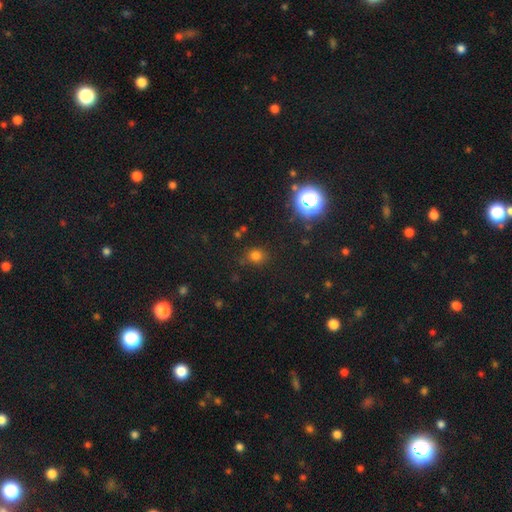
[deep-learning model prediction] smooth-or-featured: smooth: 72% | star or artifact: 21% | featured or disk: 6%
  how-rounded: round: 75% | in between: 24% | cigar-shaped: 1%
  merging: none: 80% | minor disturbance: 13% | major disturbance: 4% | merger: 3%